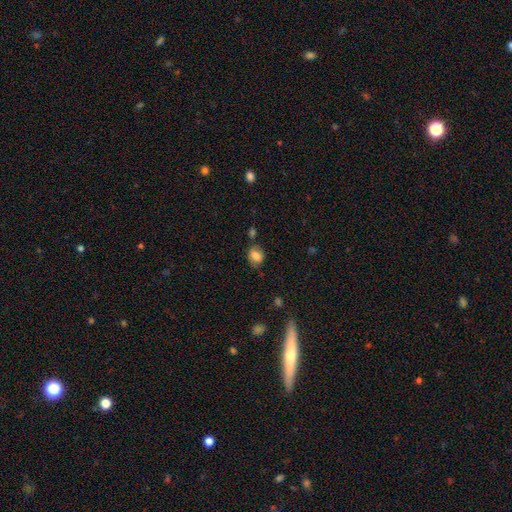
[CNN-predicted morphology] The model was most divided on "how rounded": in between: 53%, round: 46%, cigar-shaped: 1%. More confident: smooth or featured — smooth (78%); merging — none (66%).